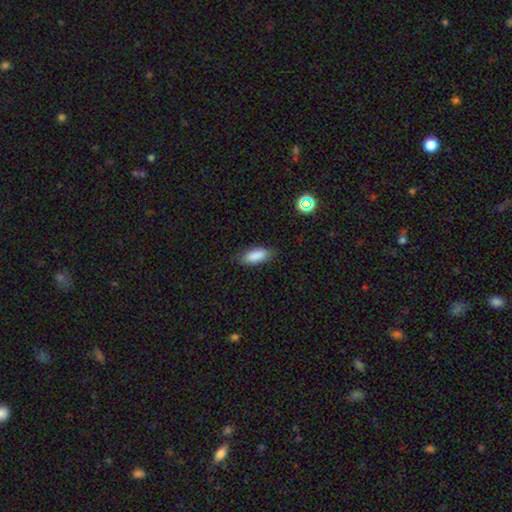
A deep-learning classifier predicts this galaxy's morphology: Smooth or featured?
  - smooth: 87% *
  - star or artifact: 8%
  - featured or disk: 6%
How rounded?
  - in between: 80% *
  - cigar-shaped: 17%
  - round: 2%
Merging?
  - none: 79% *
  - minor disturbance: 16%
  - major disturbance: 3%
  - merger: 1%